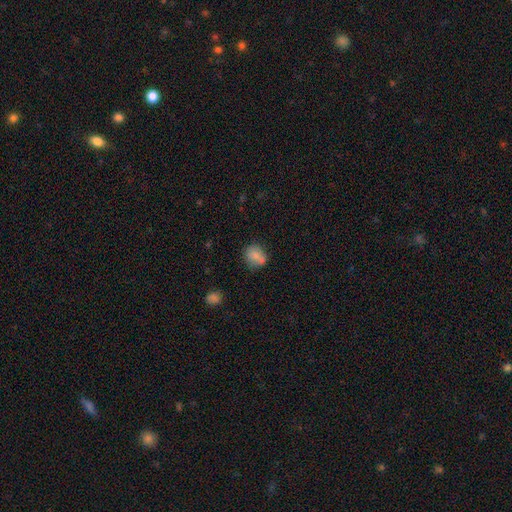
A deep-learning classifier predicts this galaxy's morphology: Smooth or featured: smooth — 78% (featured or disk — 13%)
How rounded: round — 67% (in between — 32%)
Merging: none — 57% (merger — 24%)